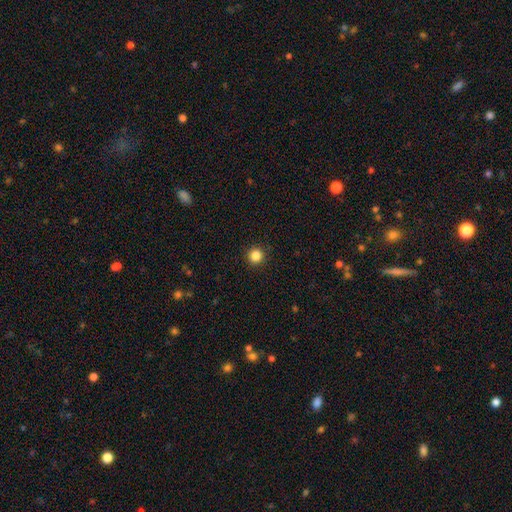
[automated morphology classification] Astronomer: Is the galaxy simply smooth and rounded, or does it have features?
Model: smooth — 84%.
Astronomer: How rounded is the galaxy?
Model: round — 94%.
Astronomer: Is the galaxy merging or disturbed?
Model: none — 93%.